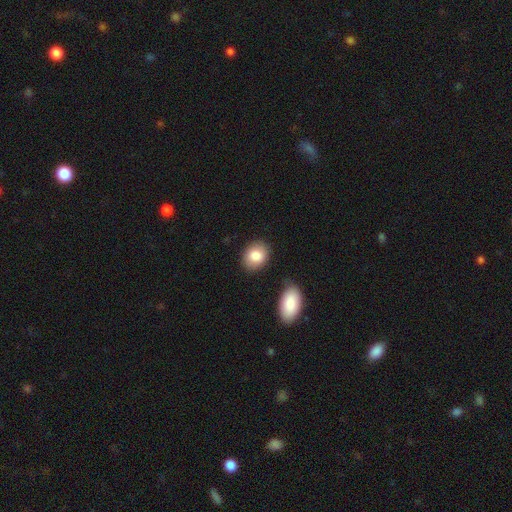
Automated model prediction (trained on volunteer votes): Smooth or featured?
  - smooth: 85% *
  - featured or disk: 8%
  - star or artifact: 7%
How rounded?
  - in between: 63% *
  - round: 36%
  - cigar-shaped: 1%
Merging?
  - none: 79% *
  - minor disturbance: 12%
  - merger: 6%
  - major disturbance: 3%